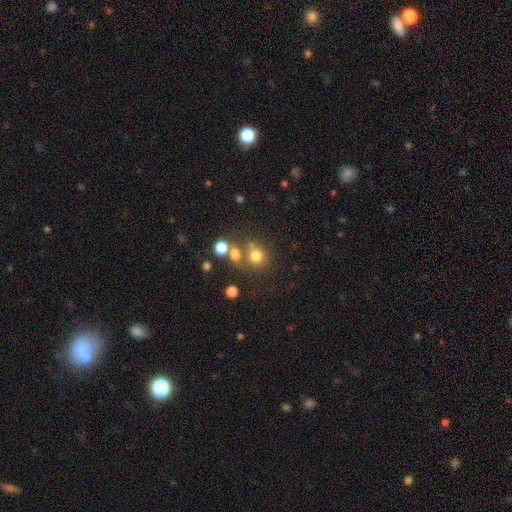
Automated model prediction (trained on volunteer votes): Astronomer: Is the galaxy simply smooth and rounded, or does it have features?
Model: smooth — 74%.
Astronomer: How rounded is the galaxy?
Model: round — 86%.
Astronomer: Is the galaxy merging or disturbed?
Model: none — 60%.